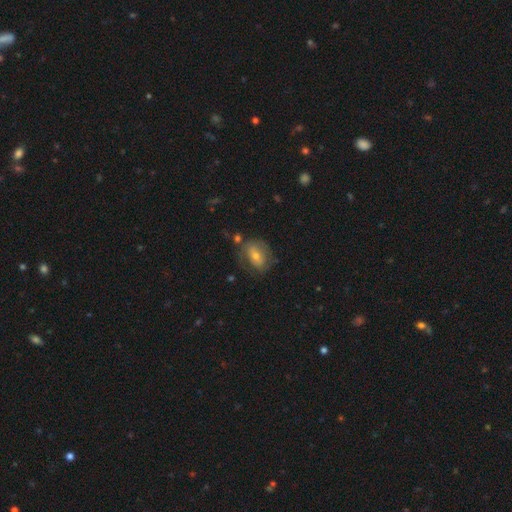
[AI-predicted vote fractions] smooth_or_featured: smooth (p=0.55) [alt: featured or disk p=0.37]
how_rounded: in between (p=0.72) [alt: round p=0.25]
merging: none (p=0.58) [alt: minor disturbance p=0.23]